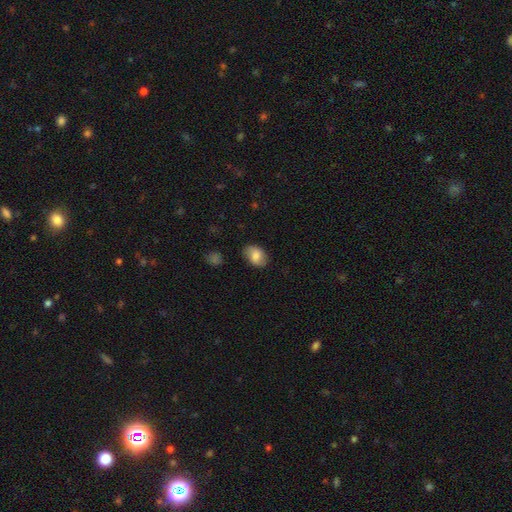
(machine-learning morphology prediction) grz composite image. It shows a smooth galaxy with no disk features (76%) that is in between round and cigar-shaped (81%). Merging: none (81%).